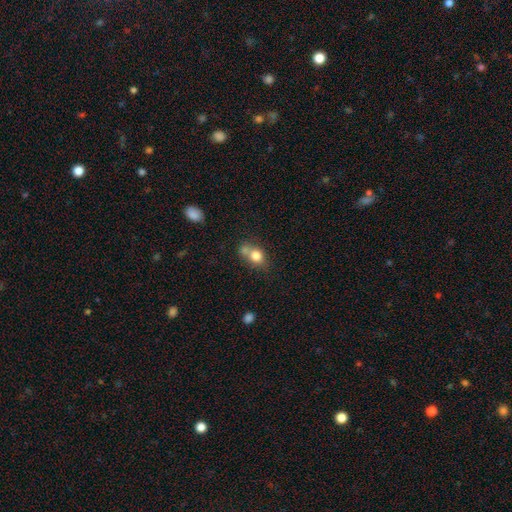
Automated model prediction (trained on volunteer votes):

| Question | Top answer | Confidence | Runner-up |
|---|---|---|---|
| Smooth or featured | smooth | 77% | featured or disk (13%) |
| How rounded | round | 54% | in between (44%) |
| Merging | none | 42% | merger (34%) |